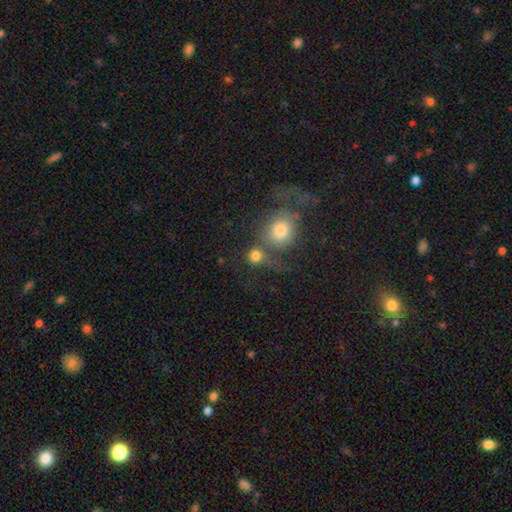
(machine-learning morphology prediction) Smooth or featured?
  - smooth: 78% *
  - star or artifact: 12%
  - featured or disk: 10%
How rounded?
  - round: 87% *
  - in between: 12%
  - cigar-shaped: 1%
Merging?
  - none: 47% *
  - merger: 34%
  - minor disturbance: 10%
  - major disturbance: 9%